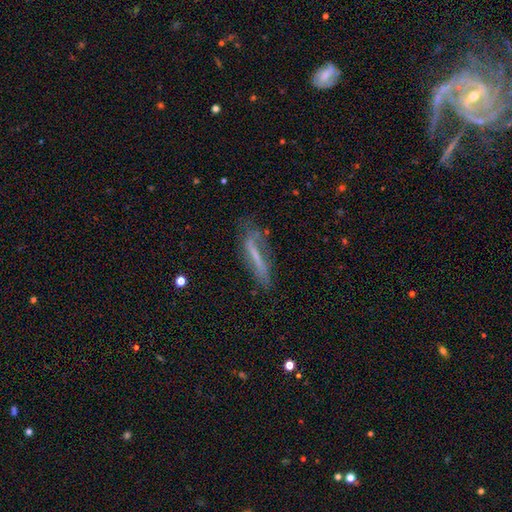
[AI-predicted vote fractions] A featured or disk galaxy (49%).

Vote fractions:
- Smooth or featured? featured or disk: 49% / smooth: 41% / star or artifact: 10%
- Merging? none: 57% / minor disturbance: 26% / major disturbance: 14% / merger: 3%